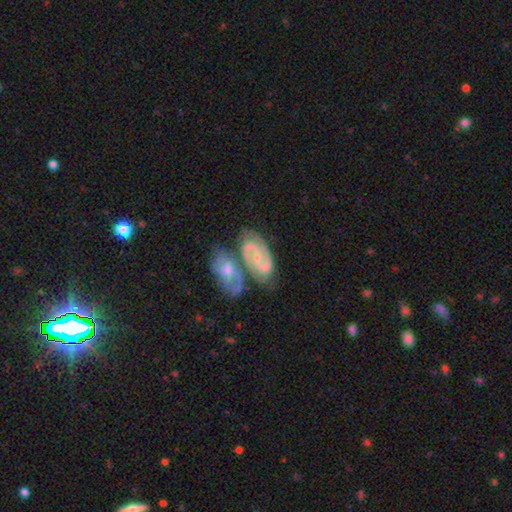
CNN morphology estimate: This appears to be a featured or disk galaxy (84%) with no bar (47%), 2 (86%) medium (48%) spiral arms (96%) and a small central bulge (64%). Merging: none (42%).